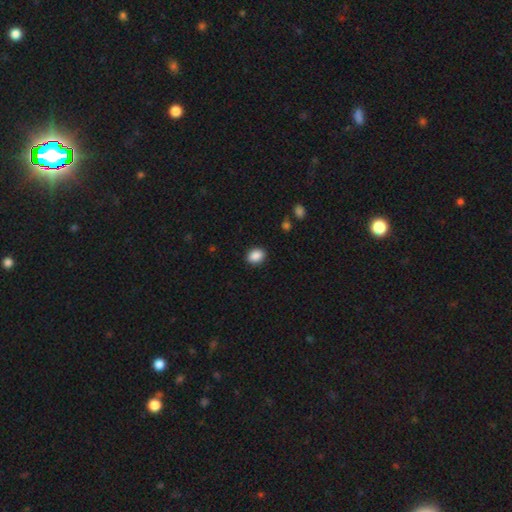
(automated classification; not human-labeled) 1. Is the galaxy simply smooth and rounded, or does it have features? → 89% smooth, 8% star or artifact, 3% featured or disk.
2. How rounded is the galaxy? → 58% in between, 41% round, 1% cigar-shaped.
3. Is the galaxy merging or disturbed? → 90% none, 7% minor disturbance, 2% major disturbance, 1% merger.